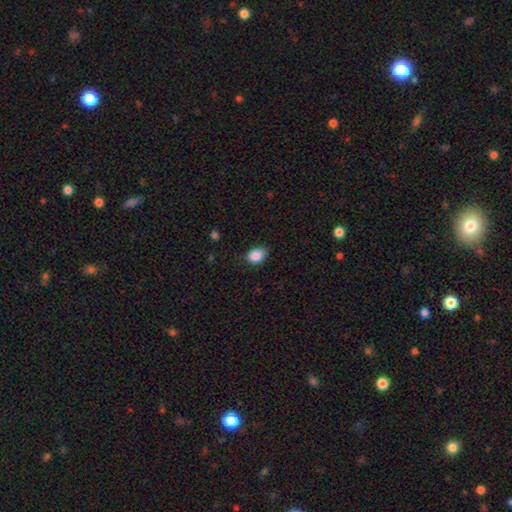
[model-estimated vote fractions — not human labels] Smooth or featured?
  - smooth: 88% *
  - star or artifact: 8%
  - featured or disk: 4%
How rounded?
  - in between: 75% *
  - round: 24%
  - cigar-shaped: 1%
Merging?
  - none: 73% *
  - minor disturbance: 22%
  - major disturbance: 4%
  - merger: 1%